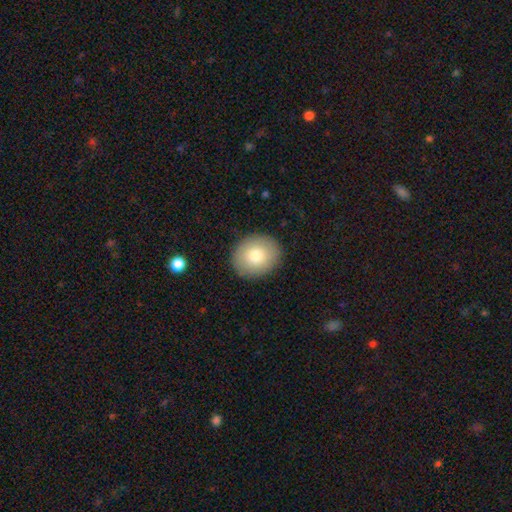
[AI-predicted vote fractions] smooth-or-featured: smooth: 80% | featured or disk: 13% | star or artifact: 8%
  how-rounded: round: 60% | in between: 39% | cigar-shaped: 1%
  merging: none: 90% | minor disturbance: 7% | major disturbance: 2% | merger: 1%